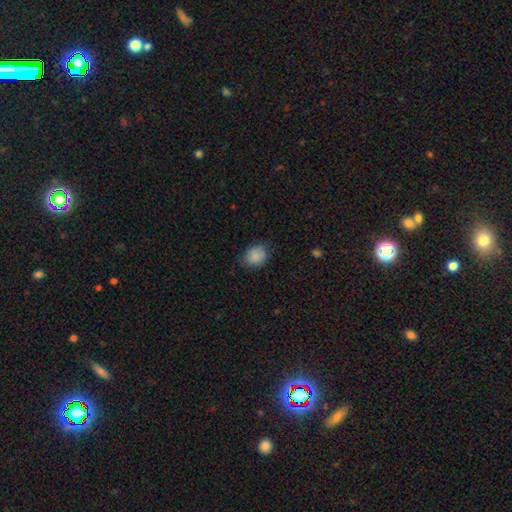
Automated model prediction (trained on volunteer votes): Smooth or featured? Predicted: smooth (p=0.87). How rounded? Predicted: round (p=0.50). Merging? Predicted: none (p=0.72).